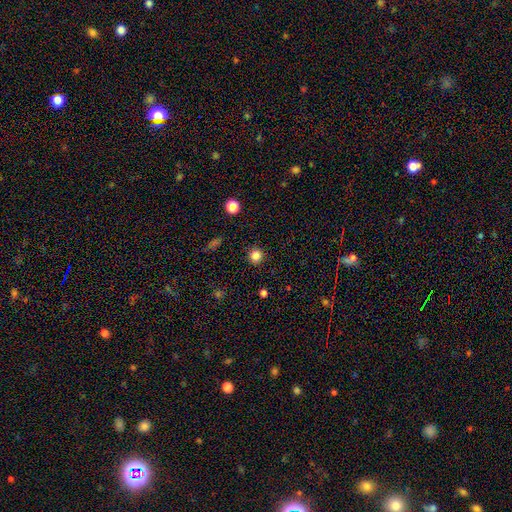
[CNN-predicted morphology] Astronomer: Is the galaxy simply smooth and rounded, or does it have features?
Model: smooth — 83%.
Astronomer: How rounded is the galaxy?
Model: round — 93%.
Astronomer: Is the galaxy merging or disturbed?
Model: none — 92%.